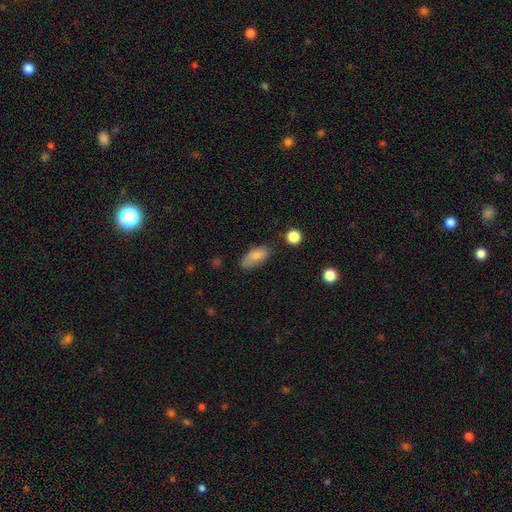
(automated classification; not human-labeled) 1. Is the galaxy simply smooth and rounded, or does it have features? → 81% smooth, 10% featured or disk, 8% star or artifact.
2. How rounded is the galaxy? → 86% in between, 10% cigar-shaped, 4% round.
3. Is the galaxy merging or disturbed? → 61% none, 27% minor disturbance, 8% major disturbance, 4% merger.